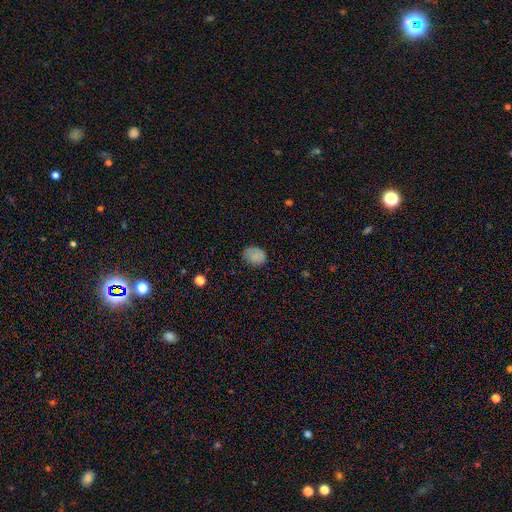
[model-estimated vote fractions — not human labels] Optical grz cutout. It shows a smooth galaxy with no disk features (83%) that is in between round and cigar-shaped (52%). Merging: none (77%).